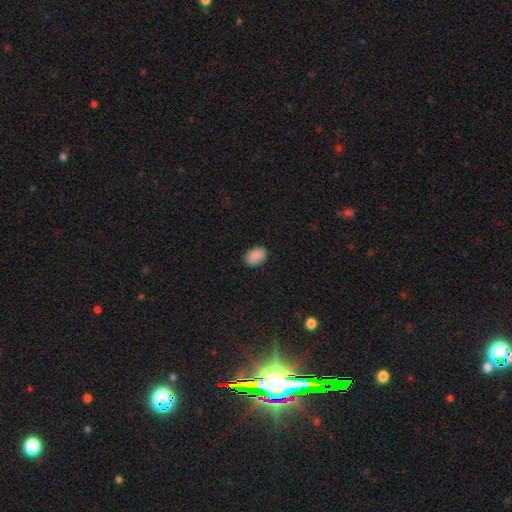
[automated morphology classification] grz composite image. It shows a smooth galaxy with no disk features (89%) that is in between round and cigar-shaped (81%). Merging: none (86%).